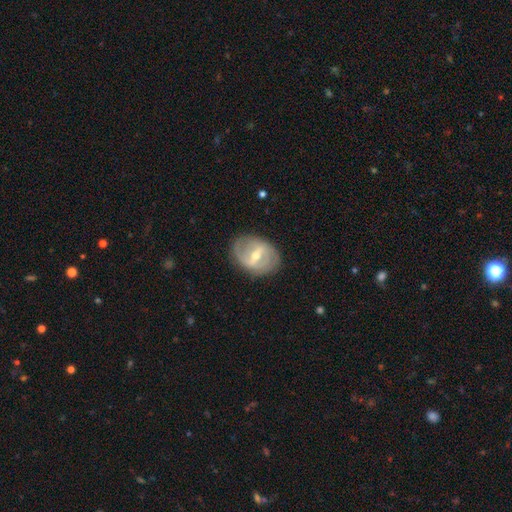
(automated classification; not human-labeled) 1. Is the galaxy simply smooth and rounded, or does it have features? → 78% featured or disk, 16% smooth, 6% star or artifact.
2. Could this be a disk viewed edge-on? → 95% no, 5% yes.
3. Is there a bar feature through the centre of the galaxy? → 49% strong, 42% weak, 10% no.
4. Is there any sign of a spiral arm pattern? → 80% yes, 20% no.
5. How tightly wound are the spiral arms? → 41% tight, 40% medium, 20% loose.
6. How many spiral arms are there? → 64% 2, 21% can't tell, 7% 3, 4% 1, 2% 4, 2% more than 4.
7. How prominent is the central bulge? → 57% moderate, 40% small, 2% large, 1% none, 1% dominant.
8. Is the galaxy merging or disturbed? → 79% none, 15% minor disturbance, 5% major disturbance, 1% merger.